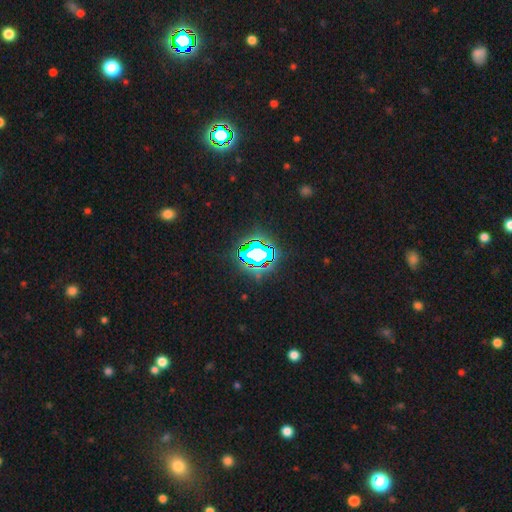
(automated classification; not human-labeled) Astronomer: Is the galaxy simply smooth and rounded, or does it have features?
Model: star or artifact — 71%.